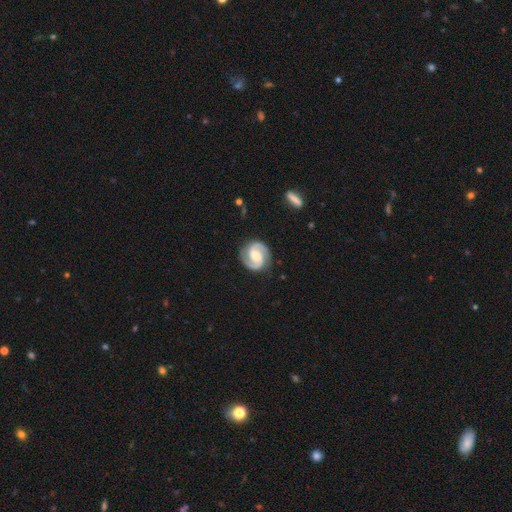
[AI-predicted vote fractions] smooth_or_featured: featured or disk (p=0.92) [alt: smooth p=0.05]
disk_edge_on: no (p=0.98) [alt: yes p=0.02]
bar: weak (p=0.45) [alt: no p=0.30]
has_spiral_arms: yes (p=0.98) [alt: no p=0.02]
spiral_winding: medium (p=0.53) [alt: tight p=0.36]
spiral_arm_count: 2 (p=0.95) [alt: can't tell p=0.01]
bulge_size: moderate (p=0.54) [alt: small p=0.27]
merging: none (p=0.87) [alt: minor disturbance p=0.10]